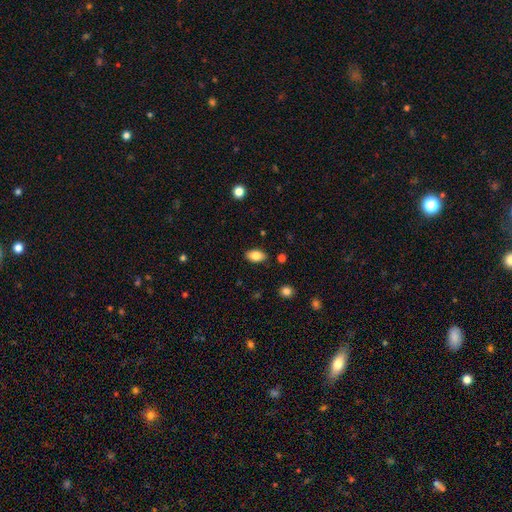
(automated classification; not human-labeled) smooth-or-featured: smooth: 82% | featured or disk: 10% | star or artifact: 8%
  how-rounded: in between: 92% | round: 6% | cigar-shaped: 2%
  merging: none: 87% | minor disturbance: 10% | major disturbance: 2% | merger: 2%